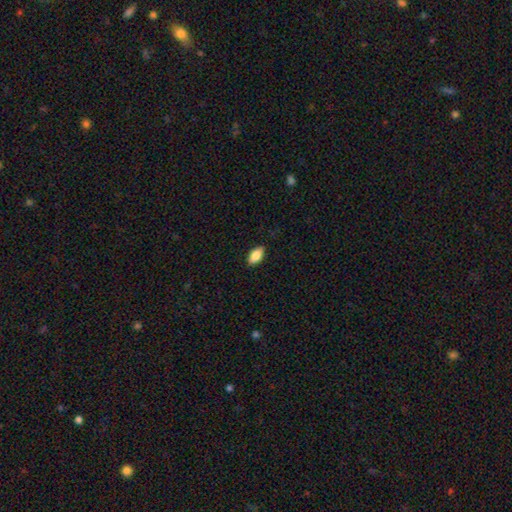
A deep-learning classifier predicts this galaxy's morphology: Smooth or featured? smooth (84%)
How rounded? in between (91%)
Merging? none (87%)